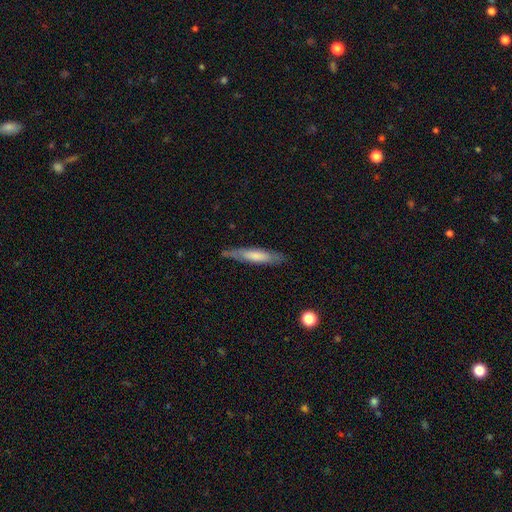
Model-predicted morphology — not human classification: Overall: smooth (61%; featured or disk 34%). How rounded: cigar-shaped (84%). Merging: none (78%).